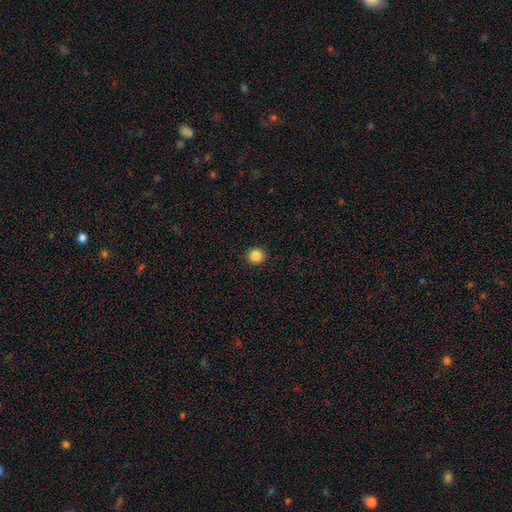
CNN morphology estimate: A smooth galaxy with no disk features (86%) that is round (91%).

Vote fractions:
- Smooth or featured? smooth: 86% / star or artifact: 10% / featured or disk: 3%
- How rounded? round: 91% / in between: 8% / cigar-shaped: 1%
- Merging? none: 93% / minor disturbance: 5% / major disturbance: 2% / merger: 1%